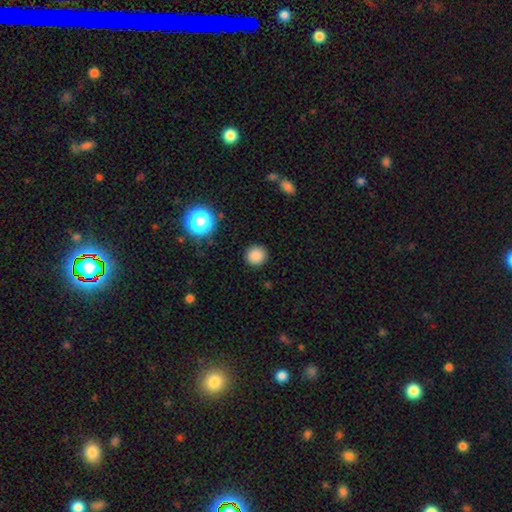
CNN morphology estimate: A smooth galaxy with no disk features (84%) that is round (93%). Merging: none (91%).